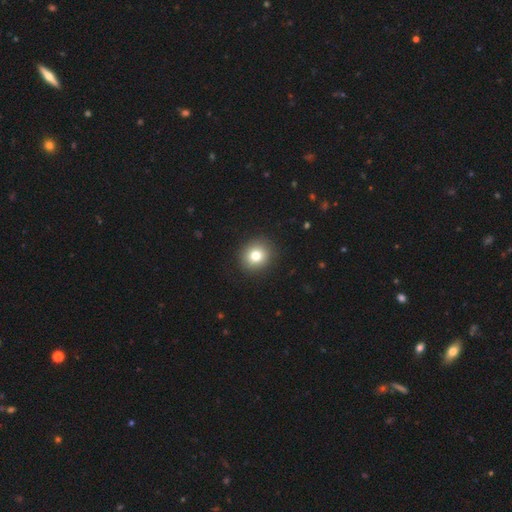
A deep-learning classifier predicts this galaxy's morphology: smooth-or-featured: smooth: 80% | star or artifact: 10% | featured or disk: 10%
  how-rounded: round: 83% | in between: 16% | cigar-shaped: 1%
  merging: none: 91% | minor disturbance: 6% | major disturbance: 2% | merger: 1%